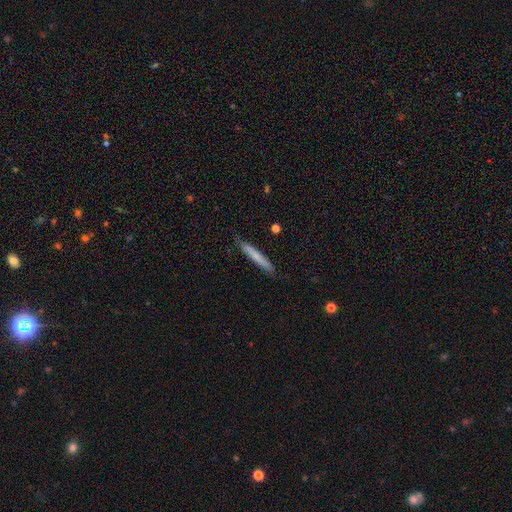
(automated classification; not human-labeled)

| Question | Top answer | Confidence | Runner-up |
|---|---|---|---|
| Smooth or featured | smooth | 66% | featured or disk (28%) |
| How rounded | cigar-shaped | 96% | in between (3%) |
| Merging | none | 82% | minor disturbance (14%) |